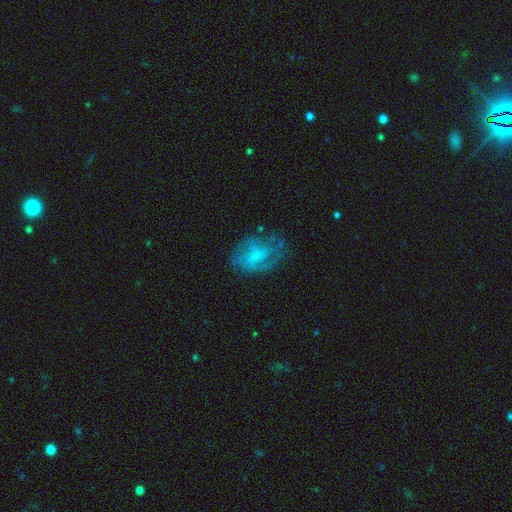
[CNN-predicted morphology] A featured or disk galaxy (58%) with no bar (53%), spiral arms (68%) and a small central bulge (36%).

Vote fractions:
- Smooth or featured? featured or disk: 58% / smooth: 32% / star or artifact: 9%
- Edge-on disk? no: 97% / yes: 3%
- Bar? no: 53% / weak: 40% / strong: 8%
- Spiral arms? yes: 68% / no: 32%
- Bulge size? small: 36% / none: 35% / moderate: 24% / large: 4% / dominant: 1%
- Merging? none: 56% / minor disturbance: 23% / major disturbance: 18% / merger: 2%